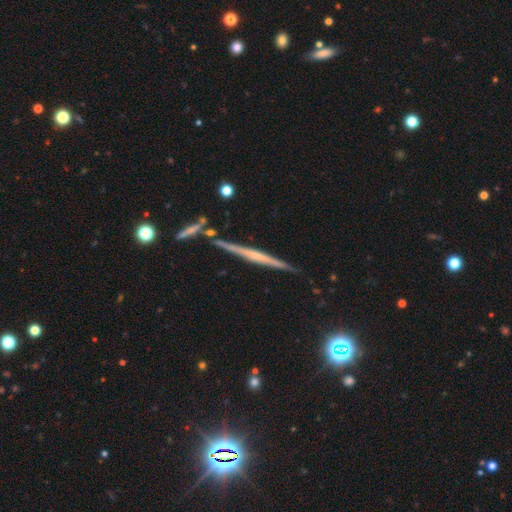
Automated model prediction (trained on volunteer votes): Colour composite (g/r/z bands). It shows a featured or disk galaxy (69%) viewed edge-on (97%) with no central bulge (58%). Merging: none (84%).